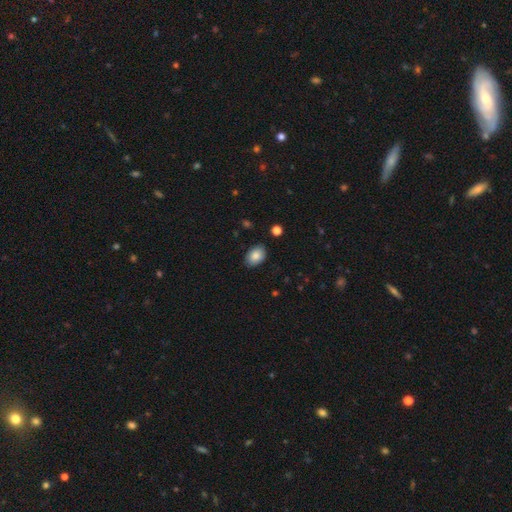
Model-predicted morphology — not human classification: This is clearly a smooth galaxy (85%). How rounded: clearly in between (83%). Merging: clearly none (84%).